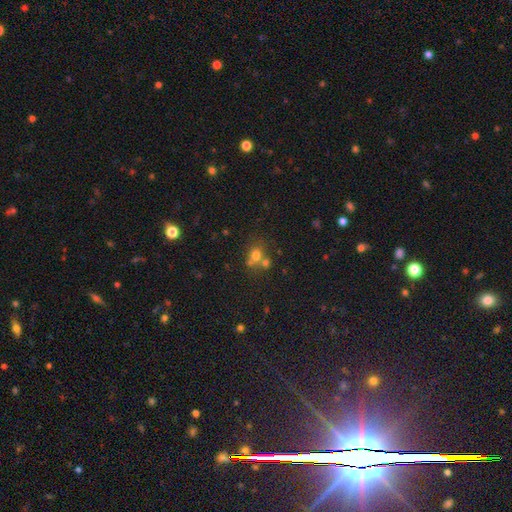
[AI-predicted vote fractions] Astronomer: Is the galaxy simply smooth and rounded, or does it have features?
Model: smooth — 68%.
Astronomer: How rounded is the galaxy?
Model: round — 71%.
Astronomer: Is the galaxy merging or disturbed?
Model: none — 44% (runner-up: merger, 40%).